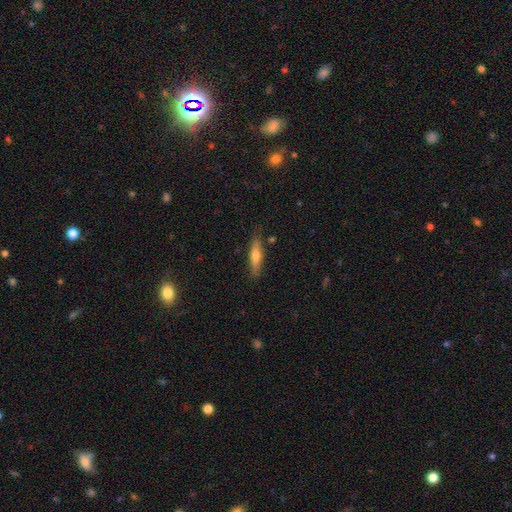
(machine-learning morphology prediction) A smooth galaxy with no disk features (56%) that is cigar-shaped (74%). Merging: none (83%).